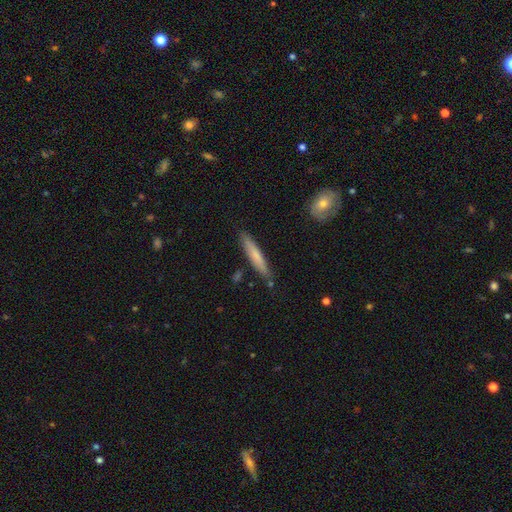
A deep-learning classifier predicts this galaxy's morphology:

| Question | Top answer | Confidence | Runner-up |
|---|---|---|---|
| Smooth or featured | smooth | 69% | featured or disk (26%) |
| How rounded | cigar-shaped | 93% | in between (6%) |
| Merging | none | 85% | minor disturbance (11%) |